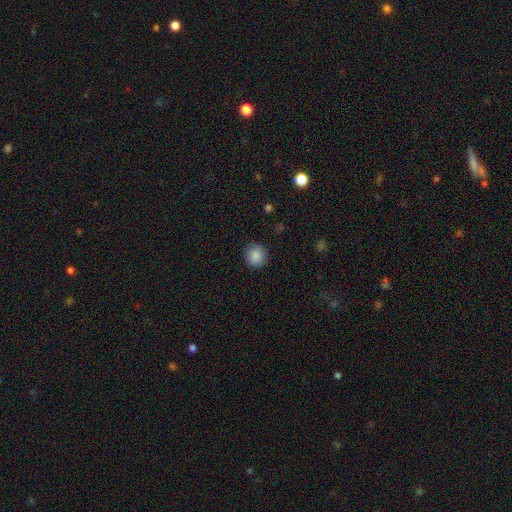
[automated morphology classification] This appears to be a smooth galaxy with no disk features (87%) that is round (90%). Merging: none (89%).